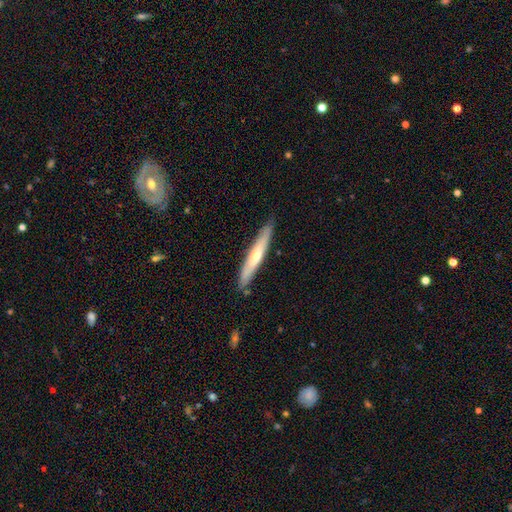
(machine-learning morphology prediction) Smooth or featured?
  - smooth: 47% * (tied)
  - featured or disk: 47% * (tied)
  - star or artifact: 5%
Merging?
  - none: 85% *
  - minor disturbance: 11%
  - major disturbance: 2%
  - merger: 2%